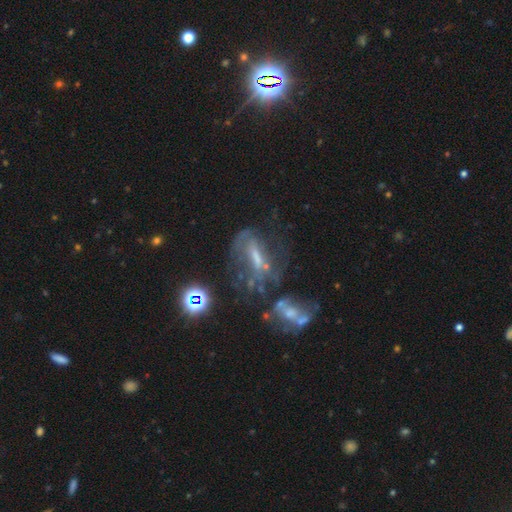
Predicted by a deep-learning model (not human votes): smooth_or_featured: featured or disk (p=0.61) [alt: star or artifact p=0.21]
disk_edge_on: no (p=0.85) [alt: yes p=0.15]
bar: strong (p=0.37) [alt: weak p=0.34]
has_spiral_arms: yes (p=0.51) [alt: no p=0.49]
bulge_size: moderate (p=0.33) [alt: small p=0.32]
merging: none (p=0.40) [alt: major disturbance p=0.26]